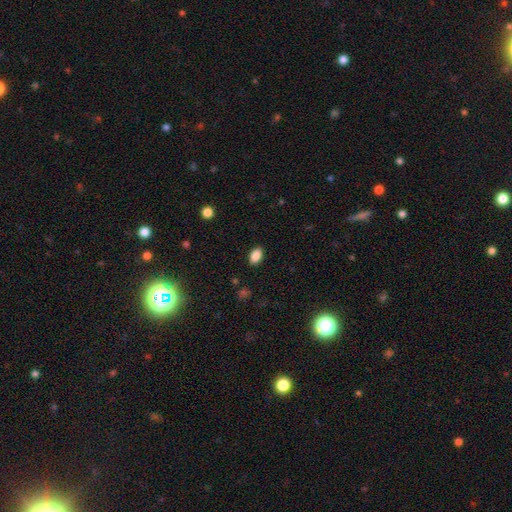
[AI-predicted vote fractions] Smooth or featured? Predicted: smooth (p=0.87). How rounded? Predicted: in between (p=0.90). Merging? Predicted: none (p=0.88).